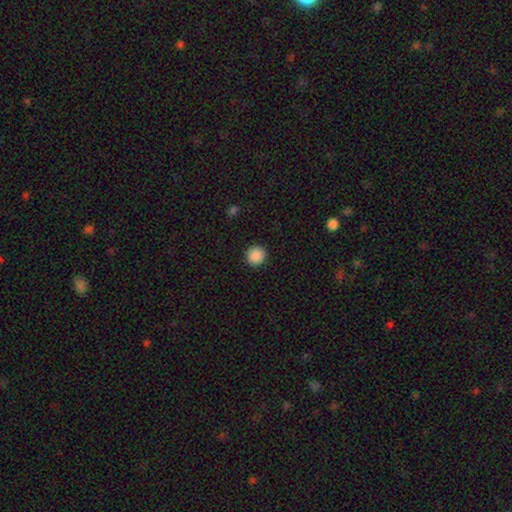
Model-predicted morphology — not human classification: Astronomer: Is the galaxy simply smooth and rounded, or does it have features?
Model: smooth — 89%.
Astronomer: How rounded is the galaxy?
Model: round — 94%.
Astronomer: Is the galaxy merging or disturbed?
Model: none — 92%.